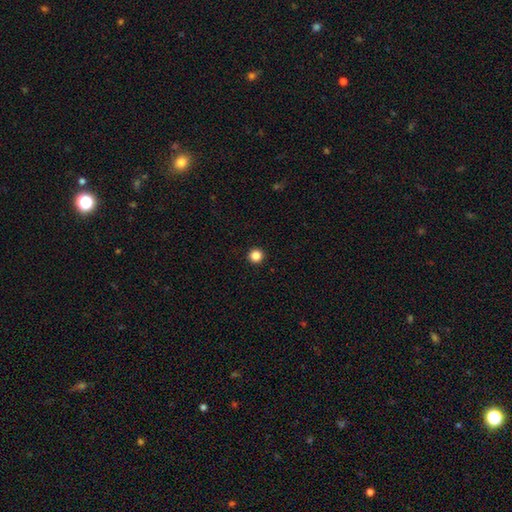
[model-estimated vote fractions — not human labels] This appears to be a smooth galaxy with no disk features (86%) that is round (96%). Merging: none (94%).